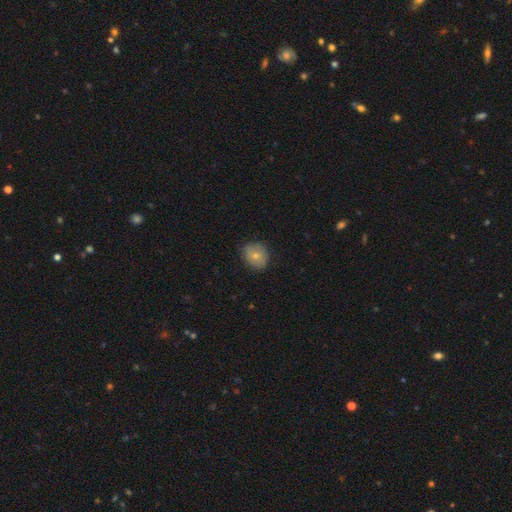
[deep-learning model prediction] A smooth galaxy with no disk features (75%) that is round (63%). Merging: none (78%).